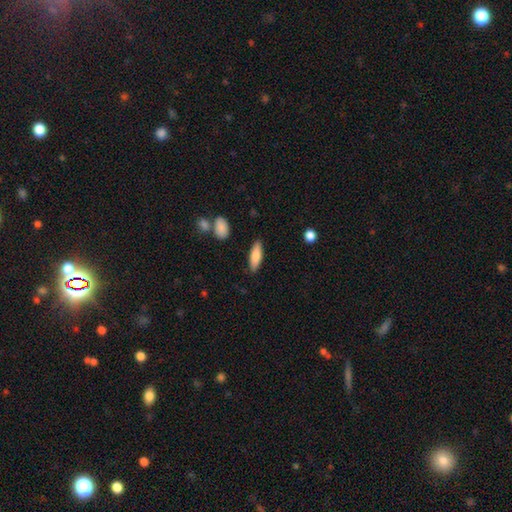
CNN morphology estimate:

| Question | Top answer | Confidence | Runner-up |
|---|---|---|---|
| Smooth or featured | smooth | 80% | featured or disk (14%) |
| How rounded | in between | 51% | cigar-shaped (47%) |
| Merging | none | 86% | minor disturbance (10%) |